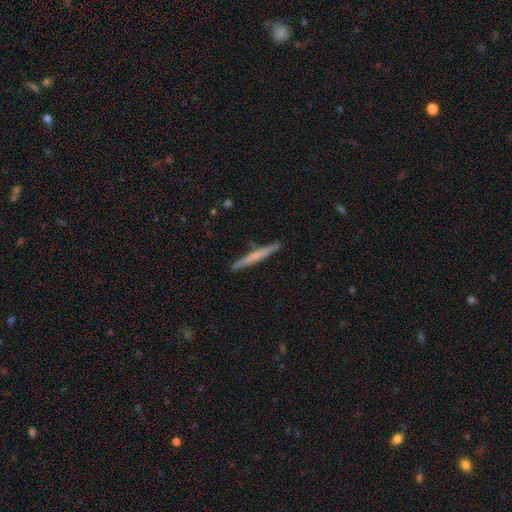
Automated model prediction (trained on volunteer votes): A smooth galaxy with no disk features (55%) that is cigar-shaped (97%).

Vote fractions:
- Smooth or featured? smooth: 55% / featured or disk: 40% / star or artifact: 5%
- How rounded? cigar-shaped: 97% / in between: 2% / round: 1%
- Merging? none: 90% / minor disturbance: 7% / merger: 1% / major disturbance: 1%